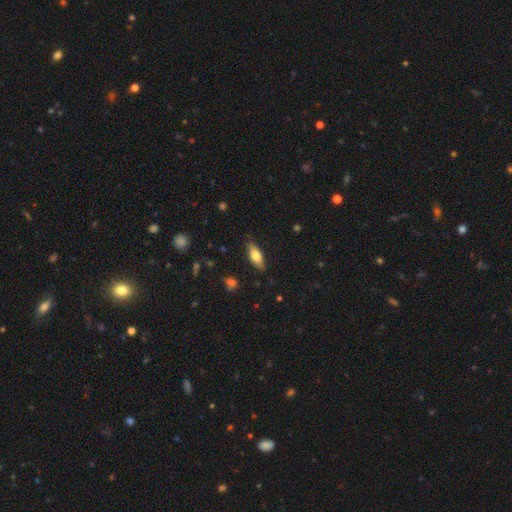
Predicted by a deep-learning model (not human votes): A smooth galaxy with no disk features (70%) that is in between round and cigar-shaped (72%). Merging: none (81%).